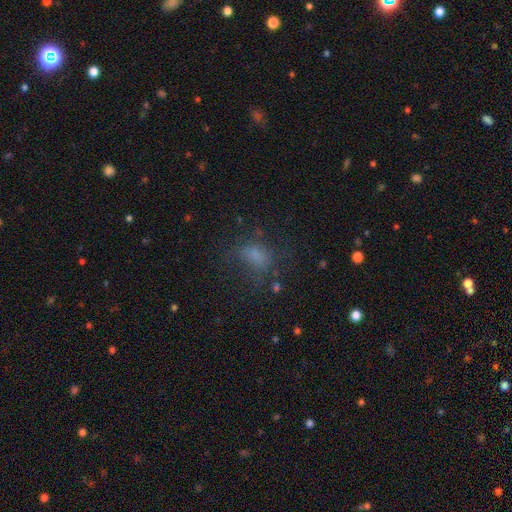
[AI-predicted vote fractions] smooth_or_featured: smooth (p=0.66) [alt: star or artifact p=0.19]
how_rounded: in between (p=0.73) [alt: round p=0.24]
merging: none (p=0.51) [alt: major disturbance p=0.25]